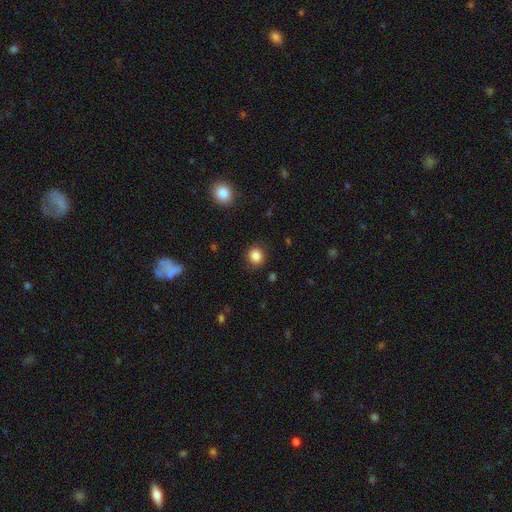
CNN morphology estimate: smooth_or_featured: smooth (p=0.86) [alt: star or artifact p=0.11]
how_rounded: round (p=0.86) [alt: in between p=0.13]
merging: none (p=0.87) [alt: minor disturbance p=0.09]